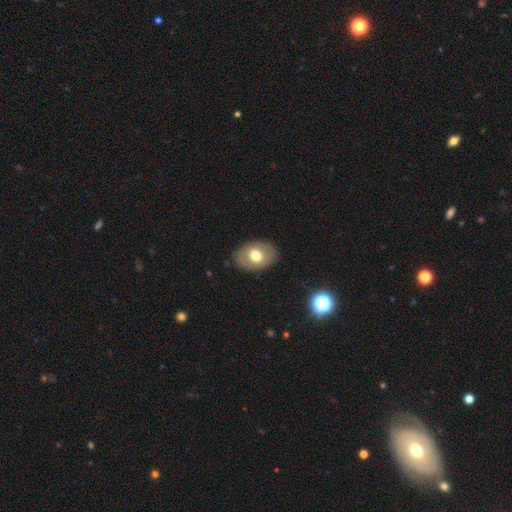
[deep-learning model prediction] Q: Smooth or featured?
A: smooth (67%); runner-up: featured or disk (25%)
Q: How rounded?
A: in between (74%); runner-up: round (25%)
Q: Merging?
A: none (86%); runner-up: minor disturbance (10%)